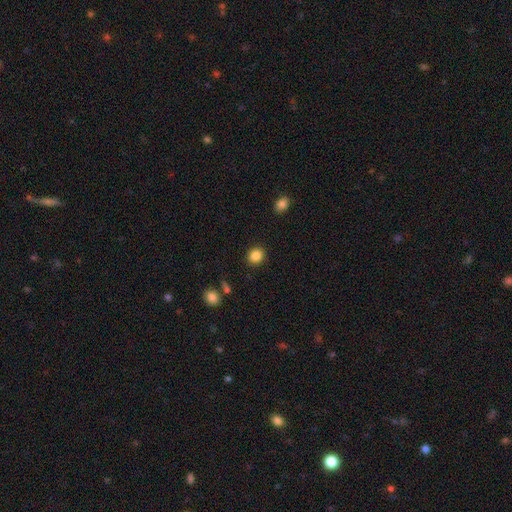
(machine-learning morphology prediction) type=smooth (86%); roundness=round (74%); merging=none (90%).